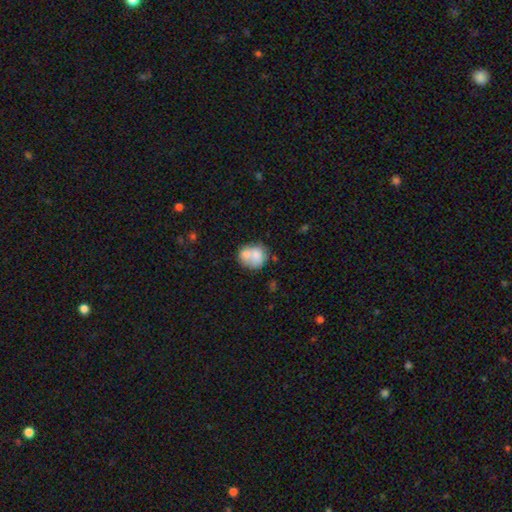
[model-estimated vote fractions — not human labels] This is likely a smooth galaxy (70%). How rounded: likely round (66%). Merging: possibly merger (54%).